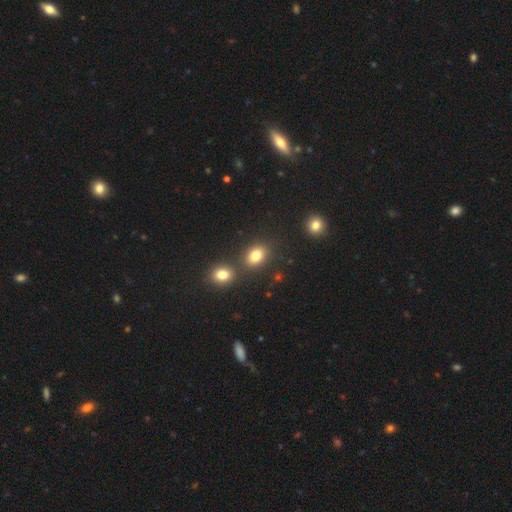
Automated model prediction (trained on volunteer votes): This is clearly a smooth galaxy (81%). How rounded: likely in between (61%). Merging: likely none (70%).